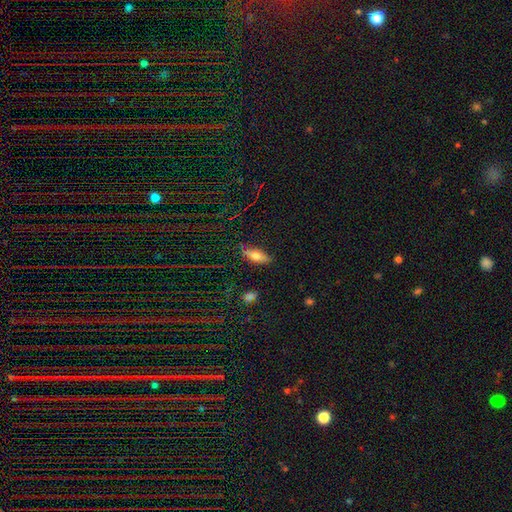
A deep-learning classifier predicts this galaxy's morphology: Smooth or featured? Predicted: smooth (p=0.68). How rounded? Predicted: in between (p=0.70). Merging? Predicted: none (p=0.76).